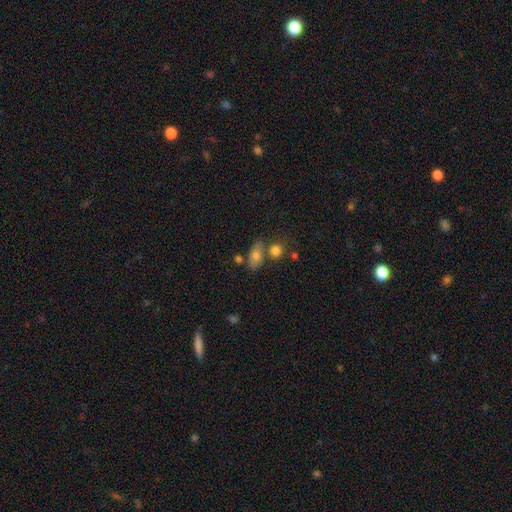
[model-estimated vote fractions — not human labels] The model was most divided on "merging": none: 58%, merger: 22%, minor disturbance: 15%, major disturbance: 5%. More confident: how rounded — in between (81%); smooth or featured — smooth (73%).